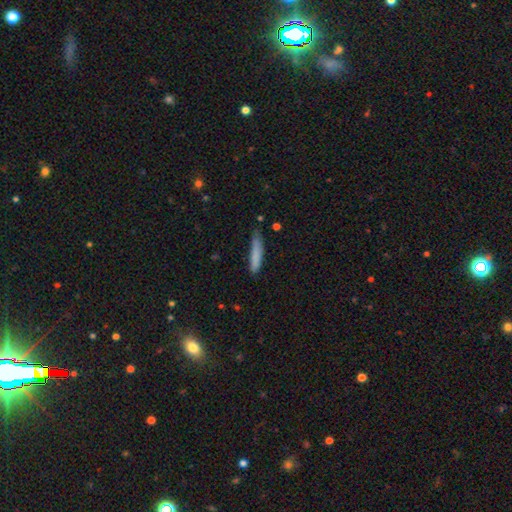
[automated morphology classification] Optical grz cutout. It shows a smooth galaxy with no disk features (82%) that is cigar-shaped (89%). Merging: none (67%).